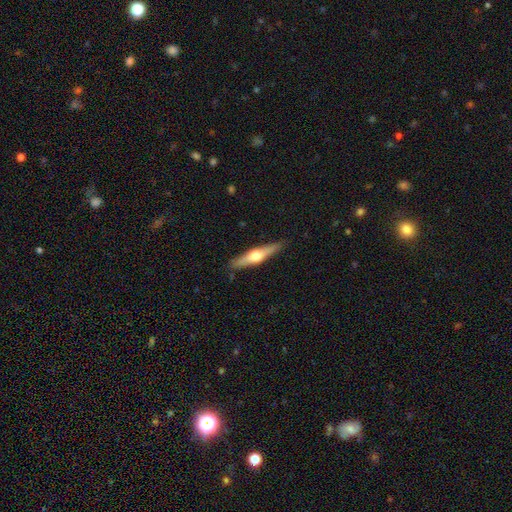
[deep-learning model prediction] Smooth or featured?
  - featured or disk: 61% *
  - smooth: 34%
  - star or artifact: 5%
Edge-on disk?
  - yes: 96% *
  - no: 4%
Edge-on bulge?
  - rounded: 94% *
  - boxy: 3%
  - none: 2%
Merging?
  - none: 89% *
  - minor disturbance: 8%
  - major disturbance: 2%
  - merger: 1%